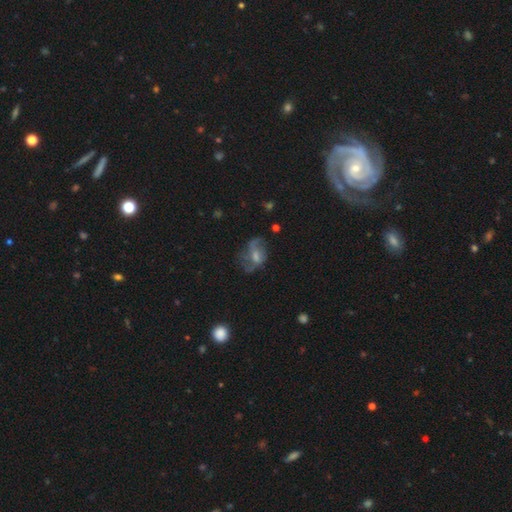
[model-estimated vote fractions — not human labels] featured or disk 57%, smooth 28%, star or artifact 15%. Down the decision tree: edge-on disk — no (96%); bar — no (54%); spiral arms — yes (68%); bulge size — moderate (46%); merging — none (51%).